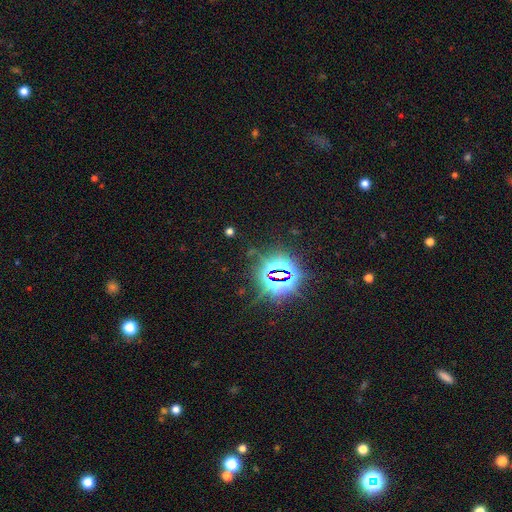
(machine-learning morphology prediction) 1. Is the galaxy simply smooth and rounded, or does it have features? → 82% star or artifact, 11% smooth, 7% featured or disk.